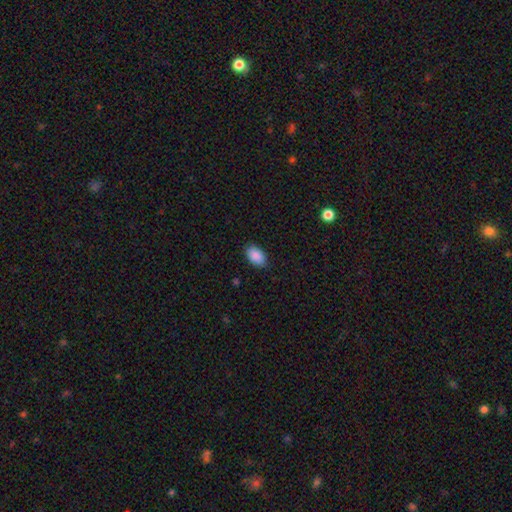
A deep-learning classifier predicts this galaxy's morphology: Overall: smooth (90%). How rounded: in between (92%). Merging: none (87%).